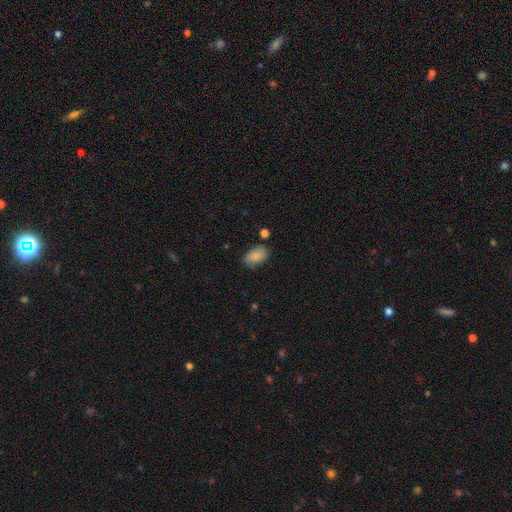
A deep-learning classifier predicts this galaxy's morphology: type=smooth (83%); roundness=in between (90%); merging=none (71%).